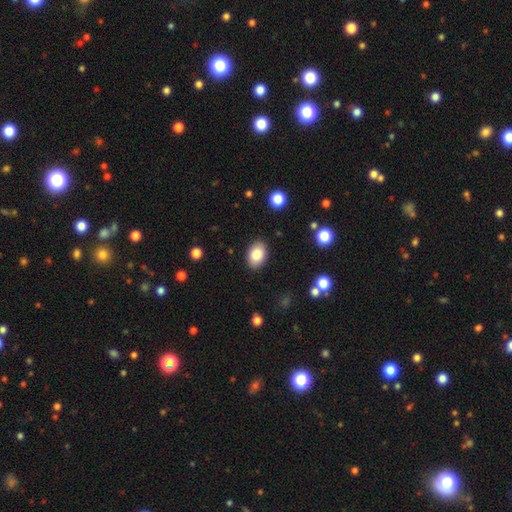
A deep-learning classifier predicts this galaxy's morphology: A smooth galaxy with no disk features (84%) that is in between round and cigar-shaped (82%). Merging: none (88%).